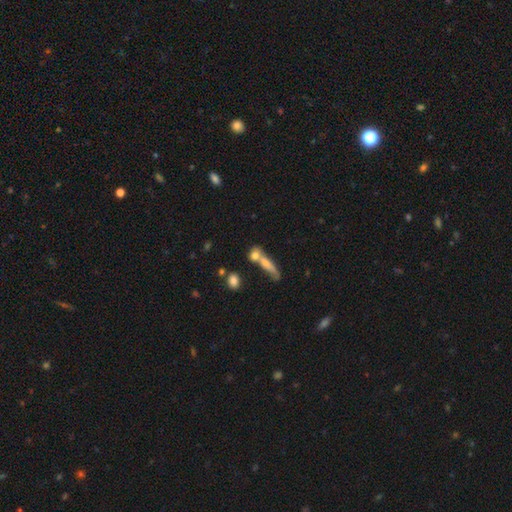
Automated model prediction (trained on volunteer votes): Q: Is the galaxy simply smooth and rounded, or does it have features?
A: smooth — 69%.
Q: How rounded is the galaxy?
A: cigar-shaped — 39%.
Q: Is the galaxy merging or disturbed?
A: none — 41%.